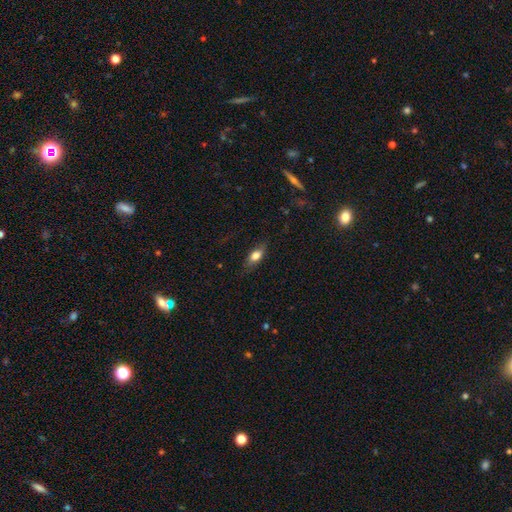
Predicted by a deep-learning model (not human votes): smooth_or_featured: smooth (p=0.72) [alt: featured or disk p=0.20]
how_rounded: in between (p=0.75) [alt: cigar-shaped p=0.19]
merging: none (p=0.76) [alt: minor disturbance p=0.17]